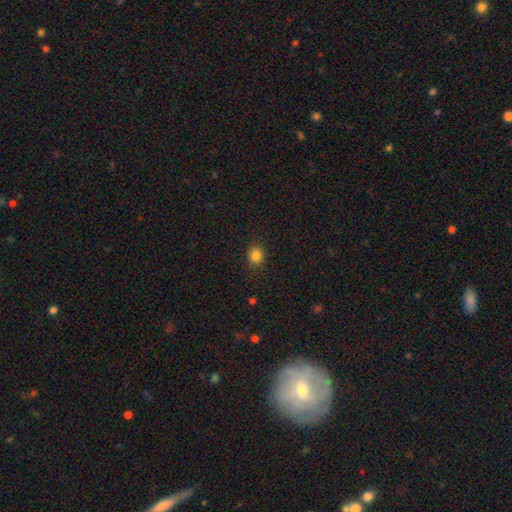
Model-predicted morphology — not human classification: This is clearly a smooth galaxy (84%). How rounded: likely round (74%). Merging: clearly none (90%).